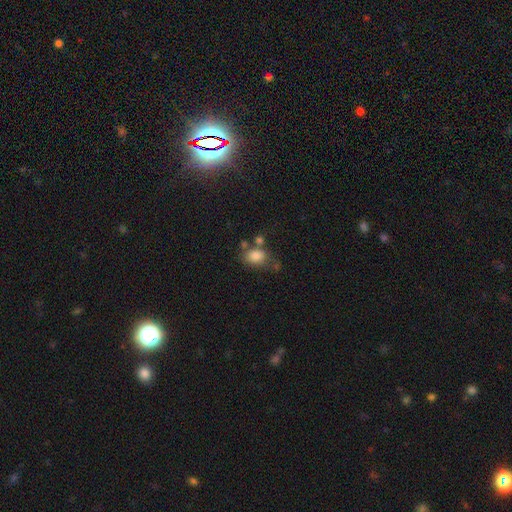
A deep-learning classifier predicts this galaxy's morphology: Smooth or featured? Predicted: smooth (p=0.82). How rounded? Predicted: in between (p=0.69). Merging? Predicted: none (p=0.50).